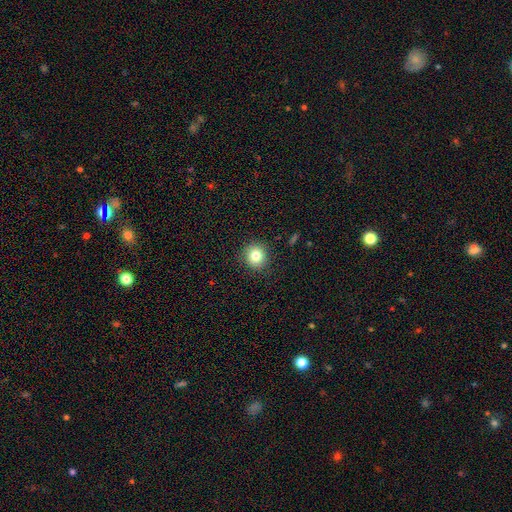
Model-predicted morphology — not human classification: A smooth galaxy with no disk features (81%) that is round (90%).

Vote fractions:
- Smooth or featured? smooth: 81% / star or artifact: 11% / featured or disk: 8%
- How rounded? round: 90% / in between: 9% / cigar-shaped: 1%
- Merging? none: 89% / minor disturbance: 7% / major disturbance: 2% / merger: 1%